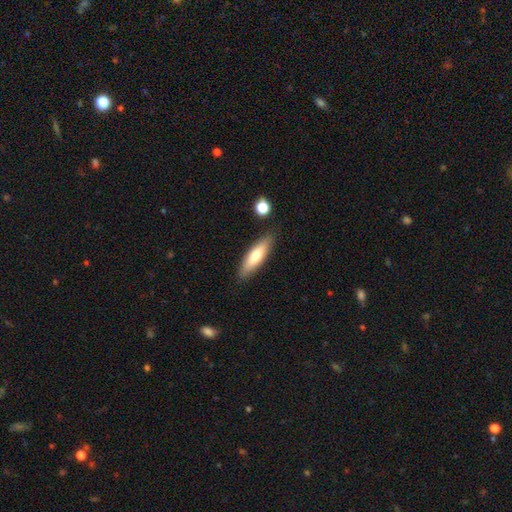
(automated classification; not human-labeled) This is likely a smooth galaxy (67%). How rounded: likely cigar-shaped (66%). Merging: clearly none (85%).